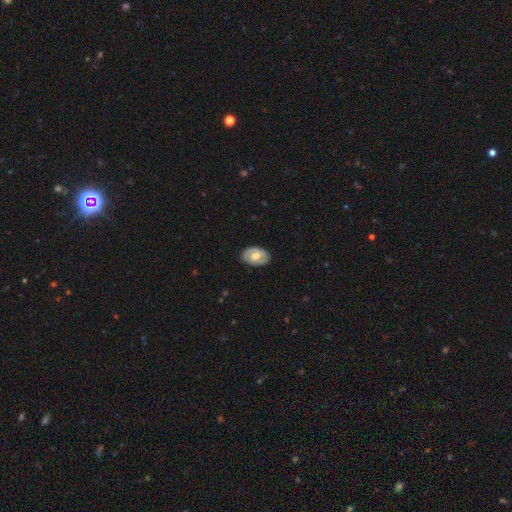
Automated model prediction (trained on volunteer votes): Q: Smooth or featured?
A: featured or disk (58%); runner-up: smooth (36%)
Q: Edge-on disk?
A: no (95%); runner-up: yes (5%)
Q: Bar?
A: no (44%); tied with: weak (44%)
Q: Spiral arms?
A: yes (74%); runner-up: no (26%)
Q: Bulge size?
A: moderate (56%); runner-up: large (21%)
Q: Merging?
A: none (83%); runner-up: minor disturbance (13%)